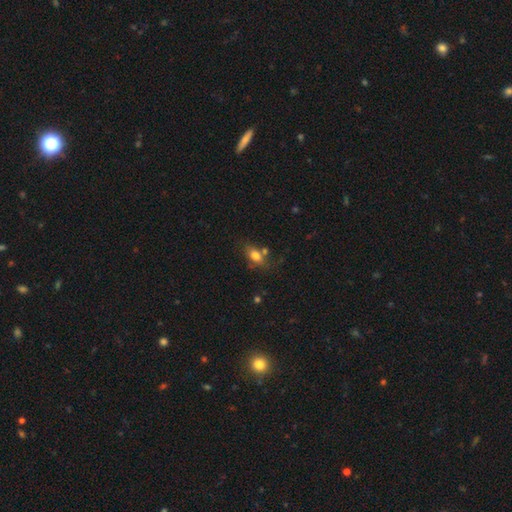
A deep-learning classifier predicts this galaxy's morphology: type=smooth (76%); roundness=in between (80%); merging=none (56%).